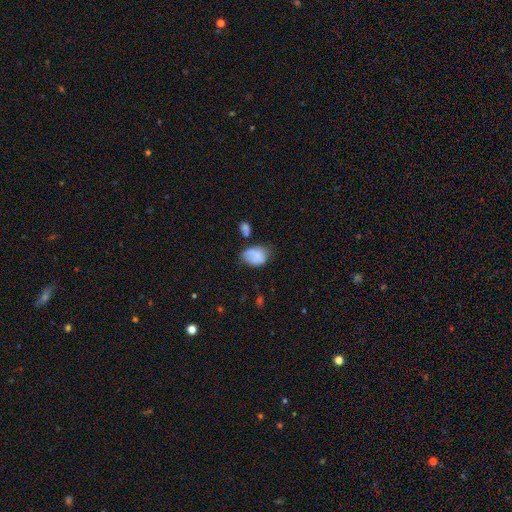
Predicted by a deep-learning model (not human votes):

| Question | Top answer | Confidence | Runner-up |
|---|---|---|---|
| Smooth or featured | smooth | 74% | featured or disk (16%) |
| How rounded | in between | 76% | round (23%) |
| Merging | none | 44% | minor disturbance (33%) |